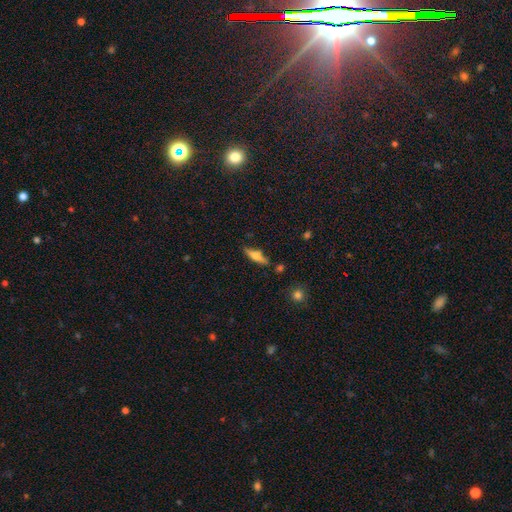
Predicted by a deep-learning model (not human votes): A smooth galaxy with no disk features (47%).

Vote fractions:
- Smooth or featured? smooth: 47% / featured or disk: 46% / star or artifact: 7%
- Merging? none: 78% / minor disturbance: 15% / merger: 4% / major disturbance: 3%